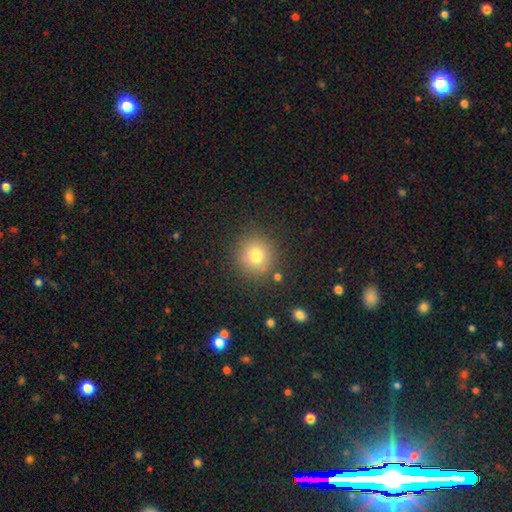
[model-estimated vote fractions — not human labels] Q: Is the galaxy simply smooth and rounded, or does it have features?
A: smooth — 77%.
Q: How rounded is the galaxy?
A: round — 94%.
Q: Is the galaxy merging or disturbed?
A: none — 88%.